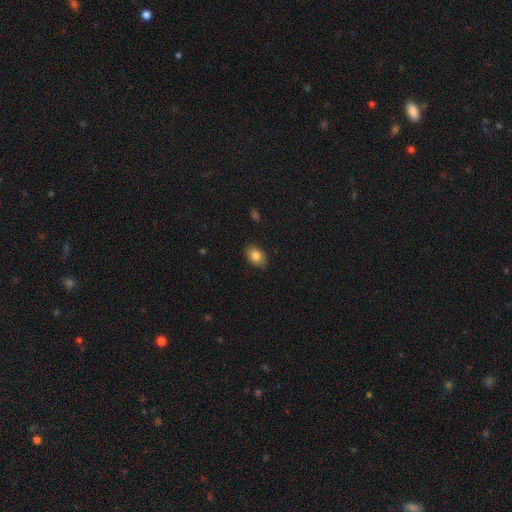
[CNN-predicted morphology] smooth_or_featured: smooth (p=0.83) [alt: featured or disk p=0.09]
how_rounded: in between (p=0.81) [alt: round p=0.18]
merging: none (p=0.86) [alt: minor disturbance p=0.11]